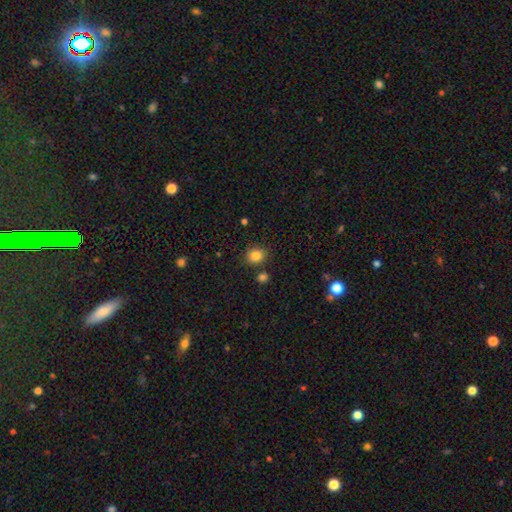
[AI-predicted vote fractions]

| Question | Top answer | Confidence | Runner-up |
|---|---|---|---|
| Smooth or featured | smooth | 84% | star or artifact (11%) |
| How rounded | round | 68% | in between (31%) |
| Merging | none | 80% | minor disturbance (10%) |